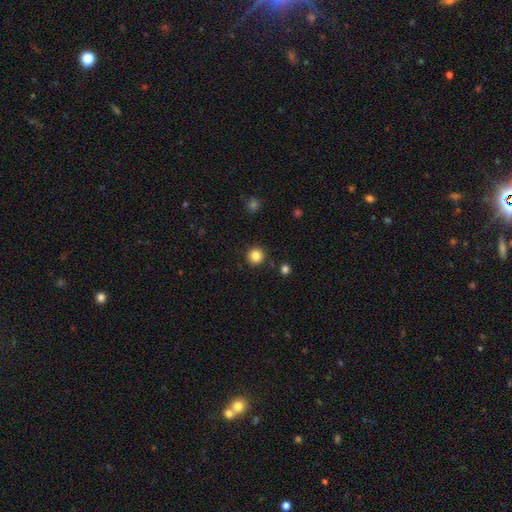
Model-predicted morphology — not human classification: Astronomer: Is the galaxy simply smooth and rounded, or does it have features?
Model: smooth — 84%.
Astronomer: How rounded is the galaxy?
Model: round — 95%.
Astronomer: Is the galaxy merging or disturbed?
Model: none — 90%.